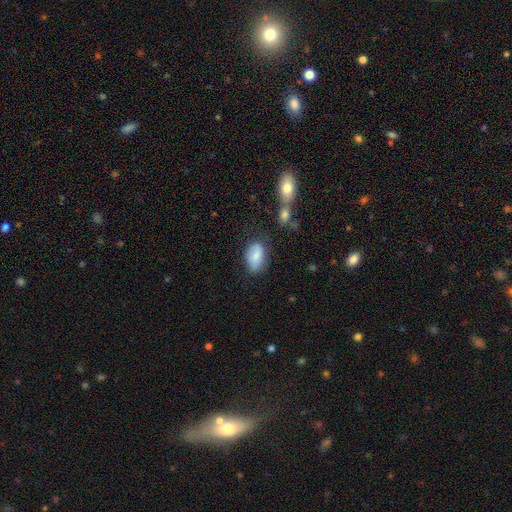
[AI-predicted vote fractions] smooth_or_featured: smooth (p=0.79) [alt: featured or disk p=0.14]
how_rounded: in between (p=0.91) [alt: round p=0.07]
merging: none (p=0.68) [alt: minor disturbance p=0.21]